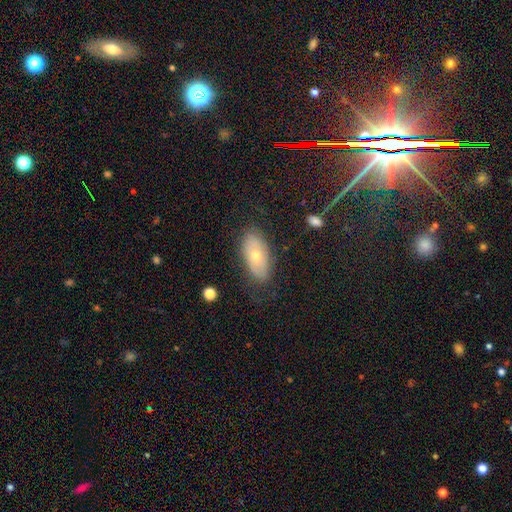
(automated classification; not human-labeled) Smooth or featured: smooth — 52% (featured or disk — 37%)
How rounded: in between — 89% (cigar-shaped — 7%)
Merging: none — 77% (minor disturbance — 17%)